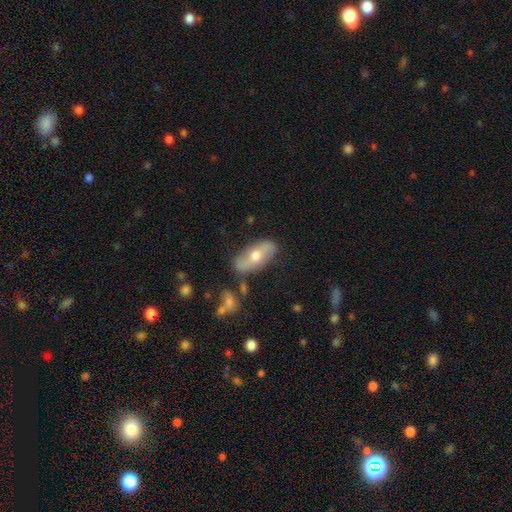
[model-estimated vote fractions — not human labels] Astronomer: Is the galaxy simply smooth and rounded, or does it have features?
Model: featured or disk — 49% (runner-up: smooth, 45%).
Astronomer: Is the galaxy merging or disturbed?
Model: none — 77%.